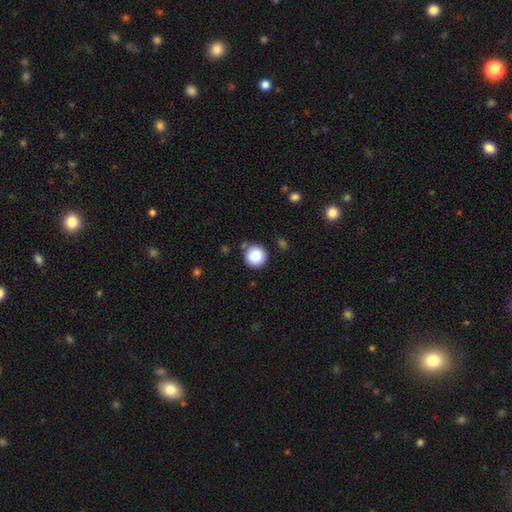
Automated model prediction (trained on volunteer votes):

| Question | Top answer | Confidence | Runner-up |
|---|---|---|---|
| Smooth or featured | smooth | 87% | star or artifact (9%) |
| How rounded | round | 95% | in between (4%) |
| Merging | none | 81% | minor disturbance (11%) |